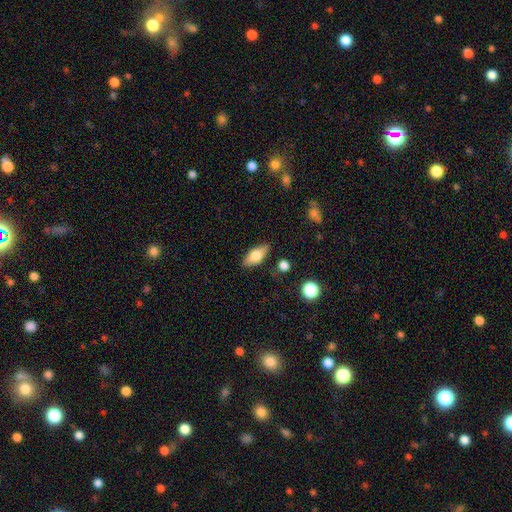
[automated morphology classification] A smooth galaxy with no disk features (69%) that is in between round and cigar-shaped (80%).

Vote fractions:
- Smooth or featured? smooth: 69% / featured or disk: 24% / star or artifact: 7%
- How rounded? in between: 80% / cigar-shaped: 16% / round: 4%
- Merging? none: 84% / minor disturbance: 11% / major disturbance: 3% / merger: 2%